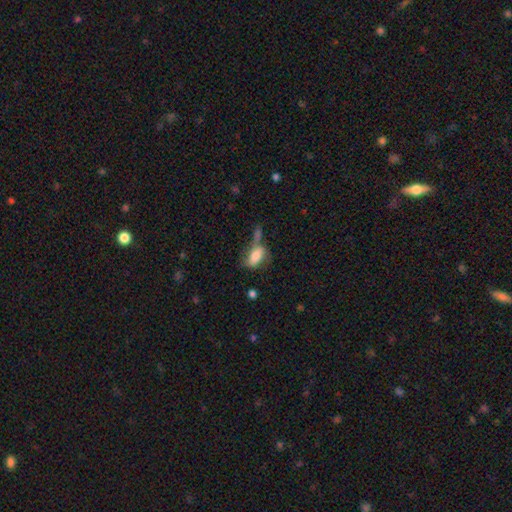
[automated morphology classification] Smooth or featured? Predicted: smooth (p=0.72). How rounded? Predicted: in between (p=0.86). Merging? Predicted: none (p=0.33).